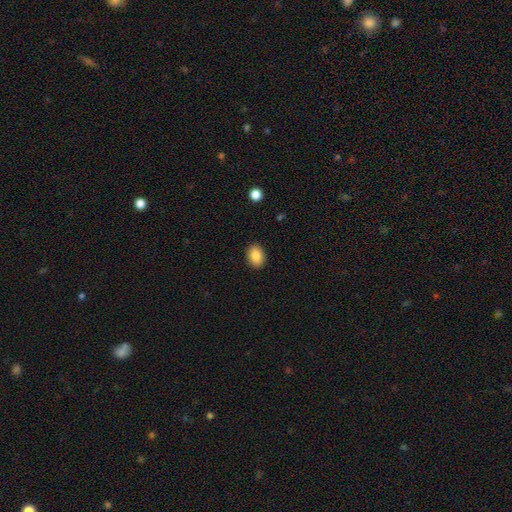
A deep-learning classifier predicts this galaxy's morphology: Smooth or featured?
  - smooth: 86% *
  - star or artifact: 8%
  - featured or disk: 7%
How rounded?
  - in between: 76% *
  - round: 23%
  - cigar-shaped: 1%
Merging?
  - none: 90% *
  - minor disturbance: 7%
  - major disturbance: 2%
  - merger: 1%